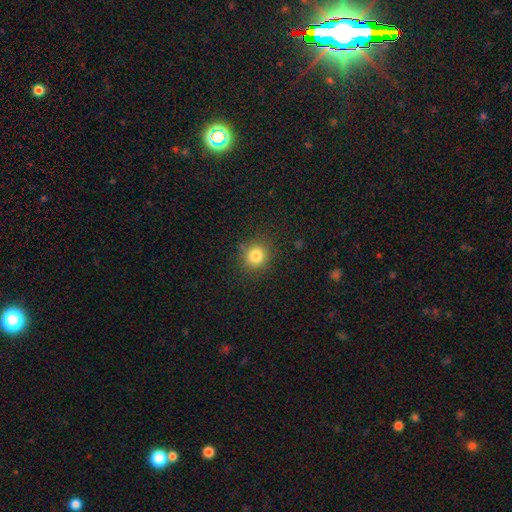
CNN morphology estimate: A smooth galaxy with no disk features (82%) that is round (87%). Merging: none (85%).